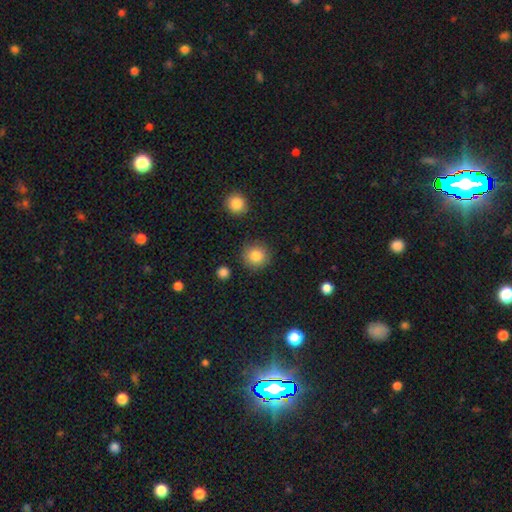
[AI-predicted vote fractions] Overall: smooth (84%). How rounded: round (93%). Merging: none (87%).